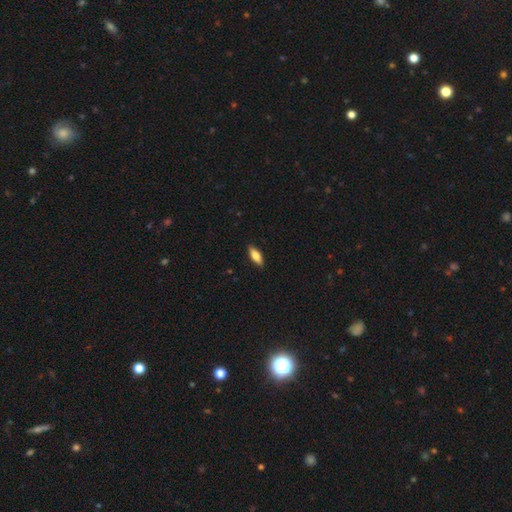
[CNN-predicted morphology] This is likely a smooth galaxy (70%). How rounded: likely in between (72%). Merging: clearly none (89%).